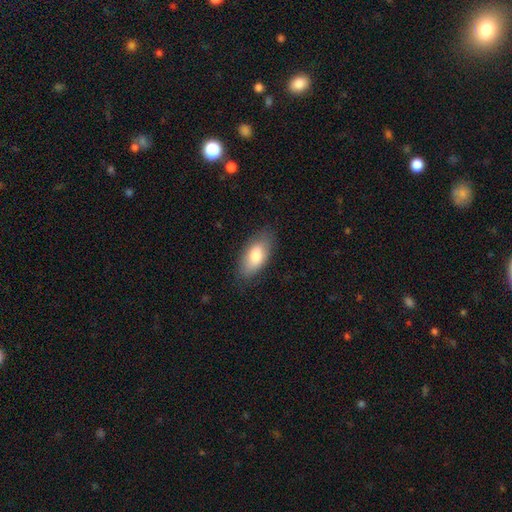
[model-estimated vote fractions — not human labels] Smooth or featured? Predicted: smooth (p=0.79). How rounded? Predicted: in between (p=0.90). Merging? Predicted: none (p=0.81).